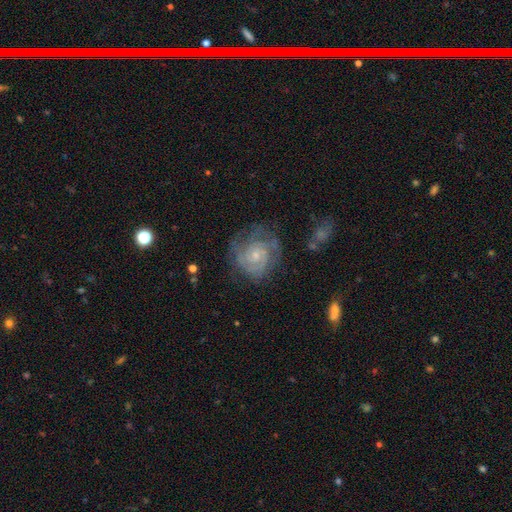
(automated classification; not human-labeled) A featured or disk galaxy (80%) with no bar (74%), 2 (35%) tight (63%) spiral arms (94%) and a small central bulge (69%). Merging: none (67%).